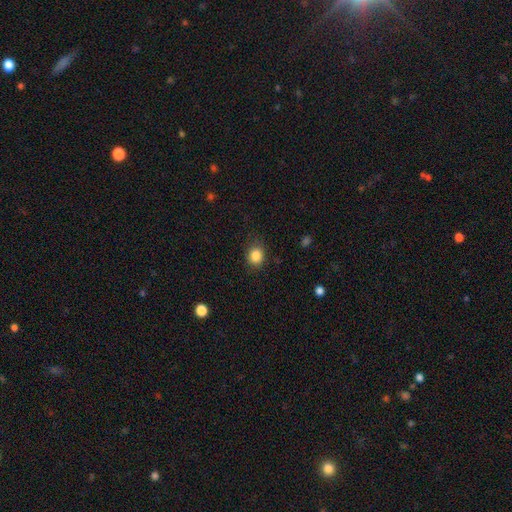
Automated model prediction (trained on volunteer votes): smooth_or_featured: smooth (p=0.85) [alt: star or artifact p=0.10]
how_rounded: round (p=0.73) [alt: in between p=0.26]
merging: none (p=0.83) [alt: minor disturbance p=0.12]